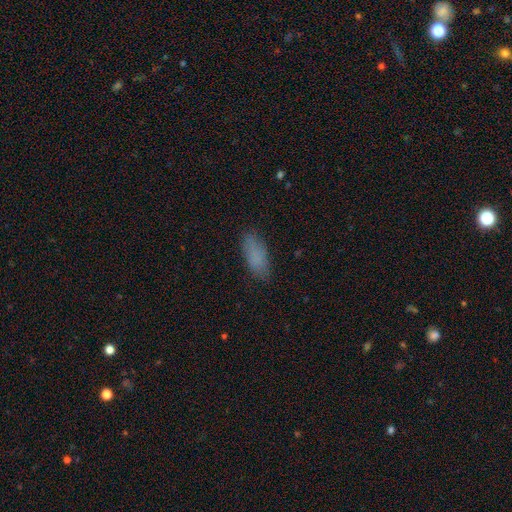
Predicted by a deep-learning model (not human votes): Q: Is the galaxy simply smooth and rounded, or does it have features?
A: smooth — 83%.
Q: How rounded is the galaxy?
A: in between — 79%.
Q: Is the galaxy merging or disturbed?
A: none — 81%.